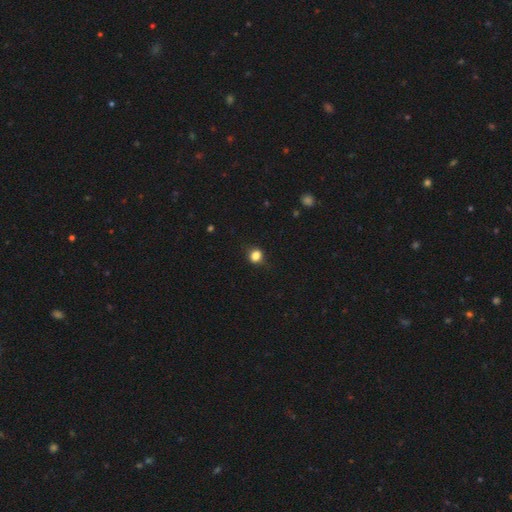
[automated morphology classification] A smooth galaxy with no disk features (82%) that is round (70%). Merging: none (81%).